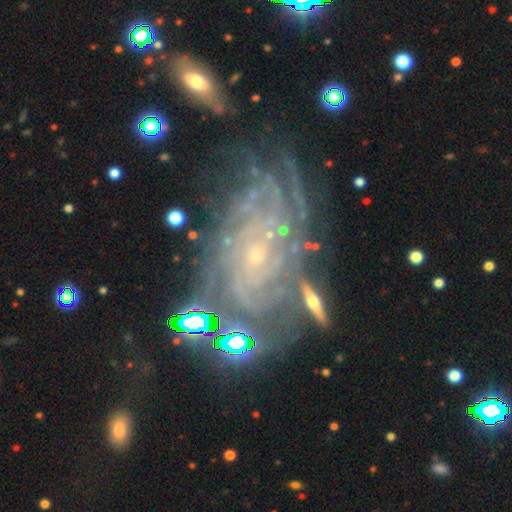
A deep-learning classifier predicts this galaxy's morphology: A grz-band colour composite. It shows a featured or disk galaxy (85%) with no bar (69%), tight (78%) spiral arms (96%) and a small central bulge (87%). Merging: none (66%).